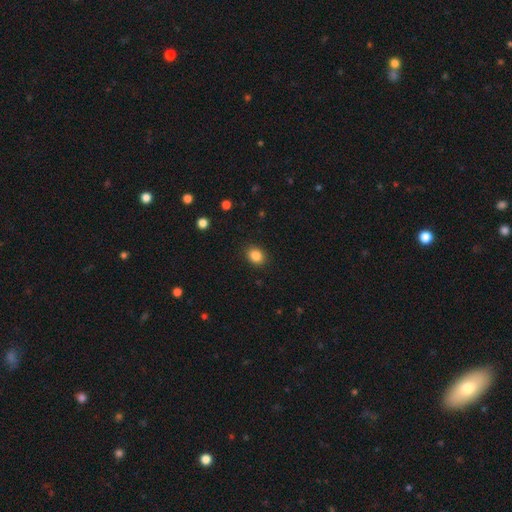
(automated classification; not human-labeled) Smooth or featured?
  - smooth: 85% *
  - star or artifact: 10%
  - featured or disk: 5%
How rounded?
  - round: 52% *
  - in between: 47%
  - cigar-shaped: 1%
Merging?
  - none: 89% *
  - minor disturbance: 7%
  - major disturbance: 2%
  - merger: 1%